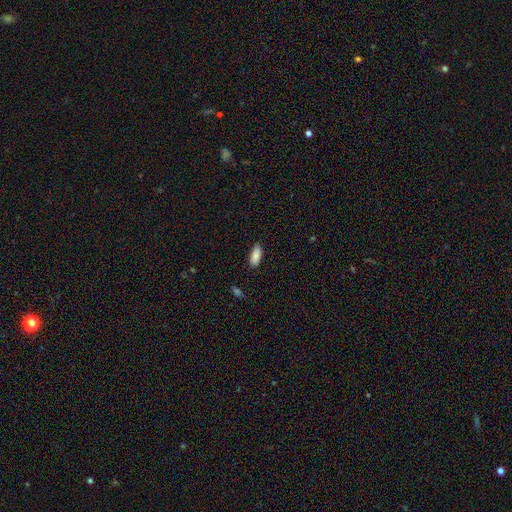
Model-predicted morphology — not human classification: Overall: smooth (88%). How rounded: in between (82%). Merging: none (84%).